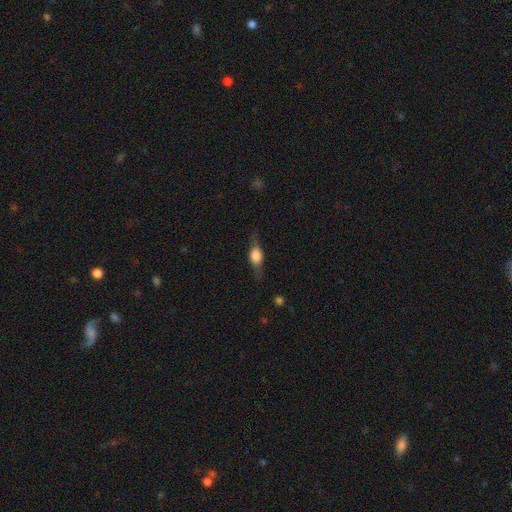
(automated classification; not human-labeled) Smooth or featured: featured or disk — 49% (smooth — 43%)
Merging: none — 71% (minor disturbance — 19%)